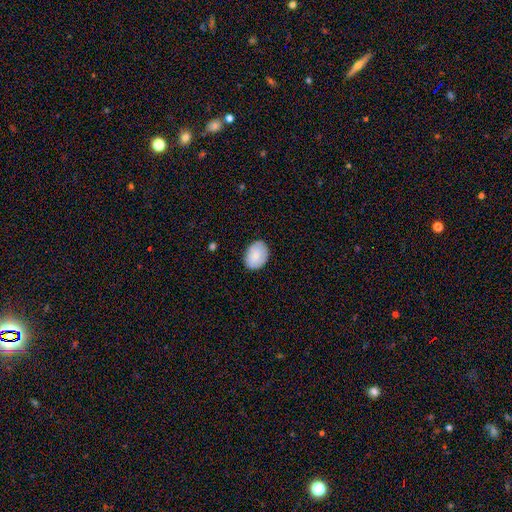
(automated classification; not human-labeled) smooth_or_featured: smooth (p=0.83) [alt: featured or disk p=0.11]
how_rounded: in between (p=0.76) [alt: round p=0.23]
merging: none (p=0.83) [alt: minor disturbance p=0.14]